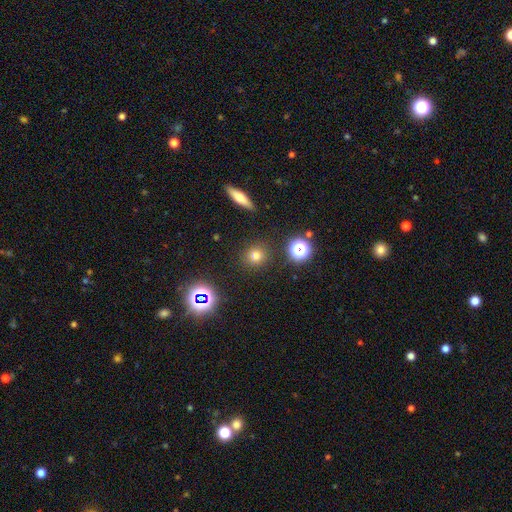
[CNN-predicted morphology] Smooth or featured: smooth — 74% (star or artifact — 19%)
How rounded: round — 89% (in between — 10%)
Merging: none — 88% (minor disturbance — 7%)